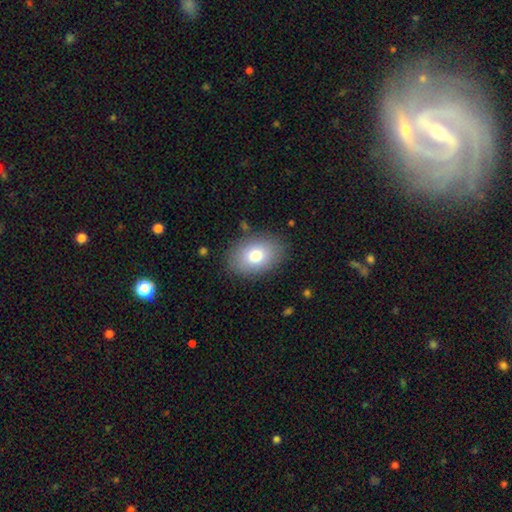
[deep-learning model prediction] Smooth or featured?
  - smooth: 77% *
  - featured or disk: 14%
  - star or artifact: 9%
How rounded?
  - in between: 79% *
  - round: 20%
  - cigar-shaped: 1%
Merging?
  - none: 84% *
  - minor disturbance: 11%
  - major disturbance: 4%
  - merger: 1%